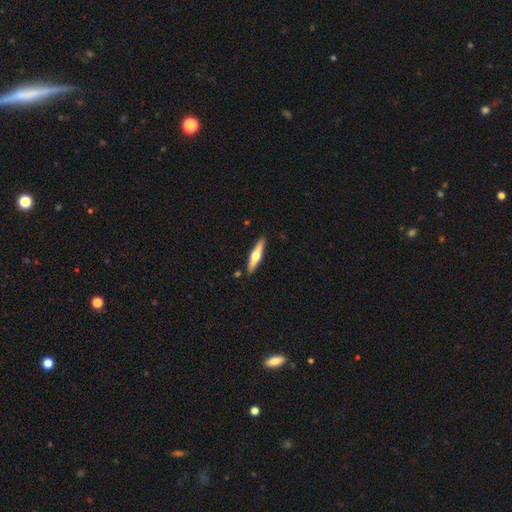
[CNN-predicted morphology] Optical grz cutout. It shows a featured or disk galaxy (54%) viewed edge-on (95%) with a rounded central bulge (93%). Merging: none (89%).